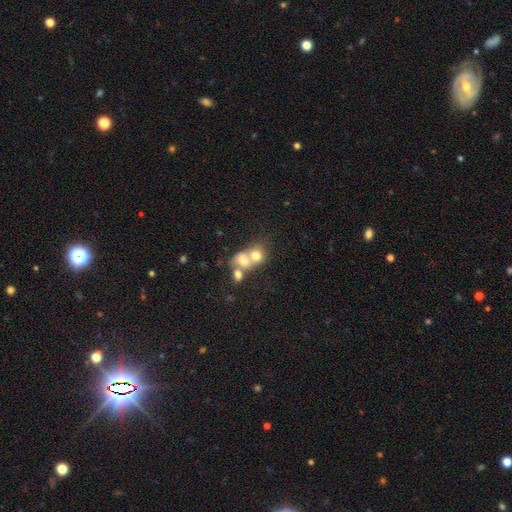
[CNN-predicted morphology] smooth 68%, featured or disk 21%, star or artifact 11%. Down the decision tree: how rounded — round (65%); merging — merger (70%).